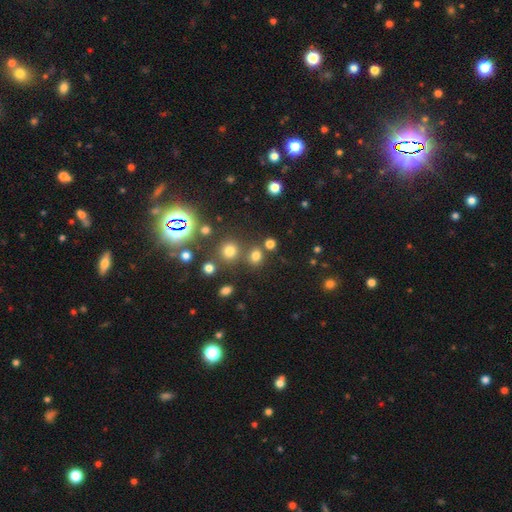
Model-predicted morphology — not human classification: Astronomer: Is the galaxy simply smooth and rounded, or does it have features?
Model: smooth — 71%.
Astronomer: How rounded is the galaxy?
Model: round — 76%.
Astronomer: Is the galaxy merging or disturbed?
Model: none — 73%.